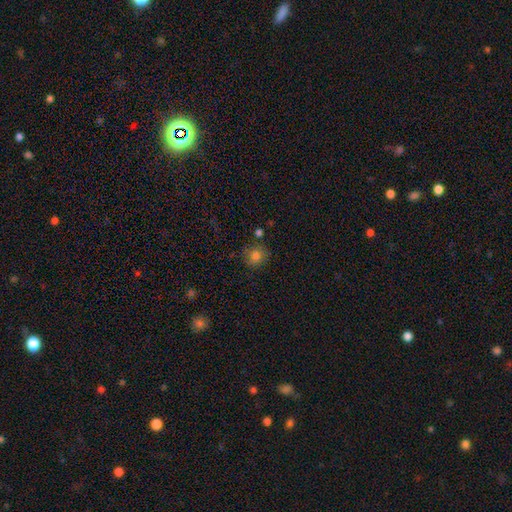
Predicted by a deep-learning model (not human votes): smooth 80%, star or artifact 13%, featured or disk 7%. Down the decision tree: how rounded — round (87%); merging — none (81%).